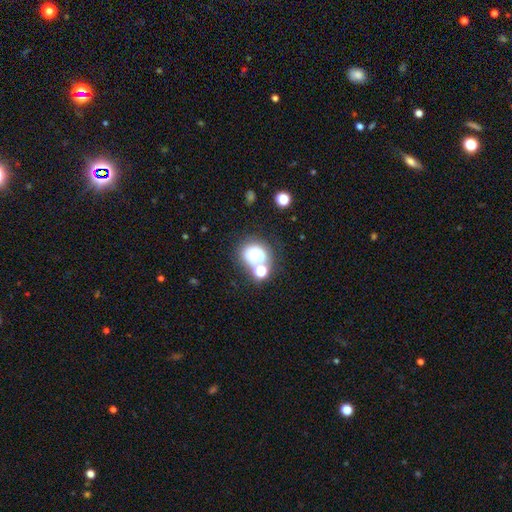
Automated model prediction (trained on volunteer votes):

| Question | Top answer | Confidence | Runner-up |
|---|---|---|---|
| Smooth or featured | smooth | 61% | featured or disk (24%) |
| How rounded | round | 67% | in between (32%) |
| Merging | none | 42% | merger (32%) |